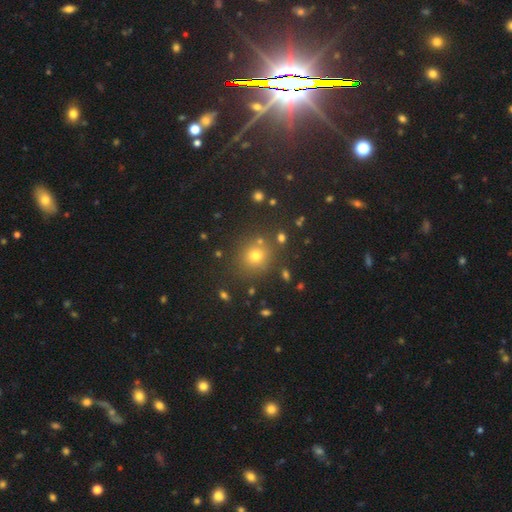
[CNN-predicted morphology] Smooth or featured?
  - smooth: 66% *
  - star or artifact: 27%
  - featured or disk: 8%
How rounded?
  - round: 89% *
  - in between: 9%
  - cigar-shaped: 1%
Merging?
  - none: 83% *
  - minor disturbance: 8%
  - merger: 6%
  - major disturbance: 3%